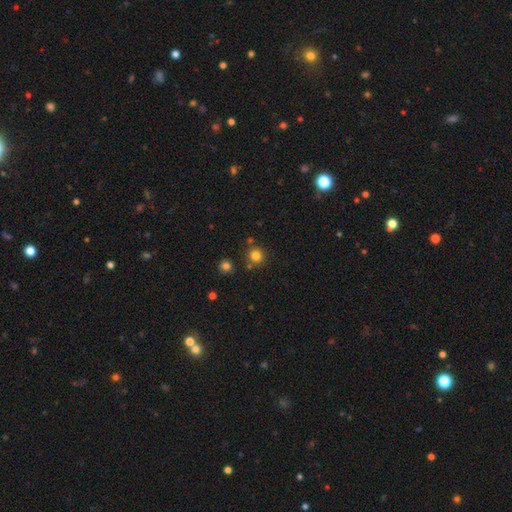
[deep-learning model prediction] Smooth or featured: smooth — 81% (star or artifact — 14%)
How rounded: round — 92% (in between — 7%)
Merging: none — 79% (merger — 10%)